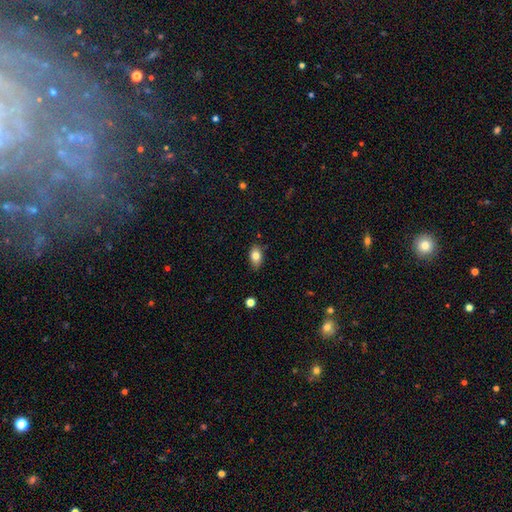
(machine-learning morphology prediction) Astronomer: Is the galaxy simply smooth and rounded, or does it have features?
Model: smooth — 82%.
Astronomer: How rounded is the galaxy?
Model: in between — 86%.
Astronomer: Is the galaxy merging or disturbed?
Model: none — 80%.